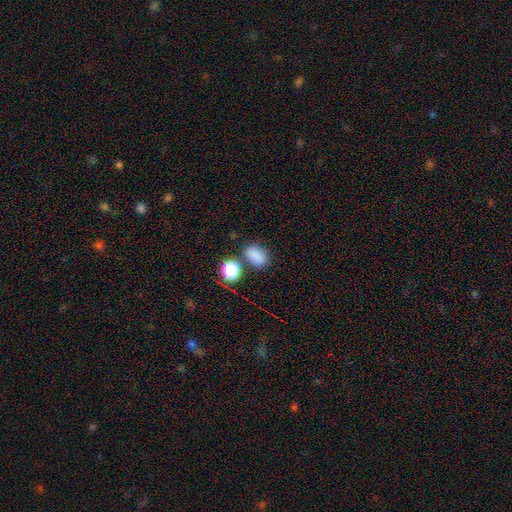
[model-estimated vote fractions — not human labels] A smooth galaxy with no disk features (82%) that is in between round and cigar-shaped (78%).

Vote fractions:
- Smooth or featured? smooth: 82% / star or artifact: 13% / featured or disk: 5%
- How rounded? in between: 78% / round: 21% / cigar-shaped: 1%
- Merging? none: 70% / merger: 13% / minor disturbance: 13% / major disturbance: 4%